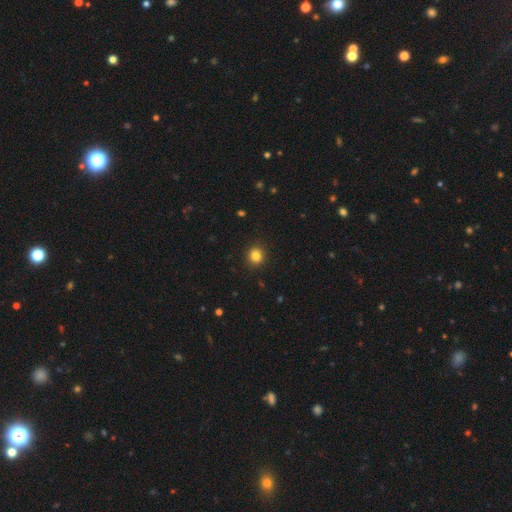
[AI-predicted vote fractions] smooth_or_featured: smooth (p=0.83) [alt: star or artifact p=0.12]
how_rounded: round (p=0.88) [alt: in between p=0.11]
merging: none (p=0.91) [alt: minor disturbance p=0.06]